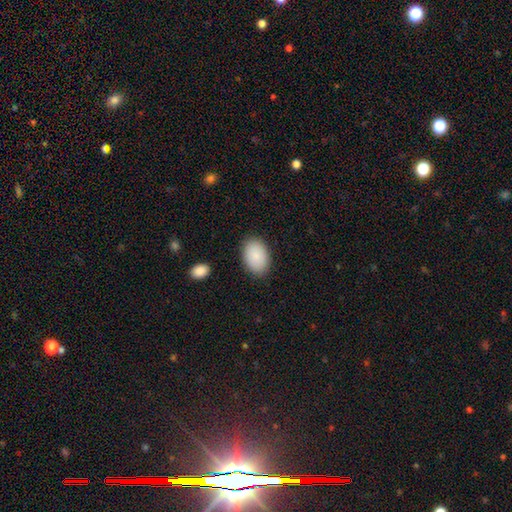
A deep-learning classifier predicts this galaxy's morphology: This appears to be a smooth galaxy with no disk features (89%) that is in between round and cigar-shaped (90%). Merging: none (87%).